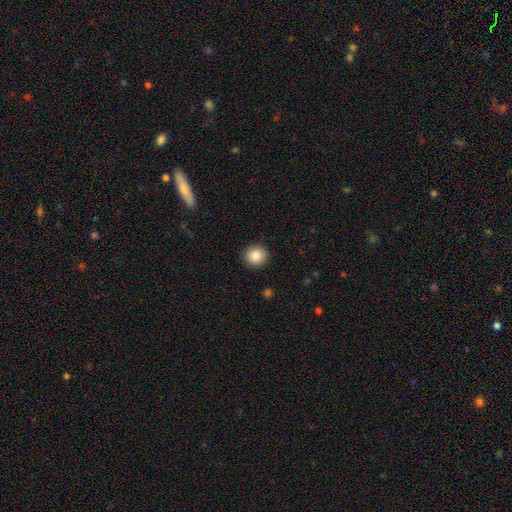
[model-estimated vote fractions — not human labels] Smooth or featured: smooth — 87% (star or artifact — 9%)
How rounded: round — 89% (in between — 10%)
Merging: none — 91% (minor disturbance — 6%)